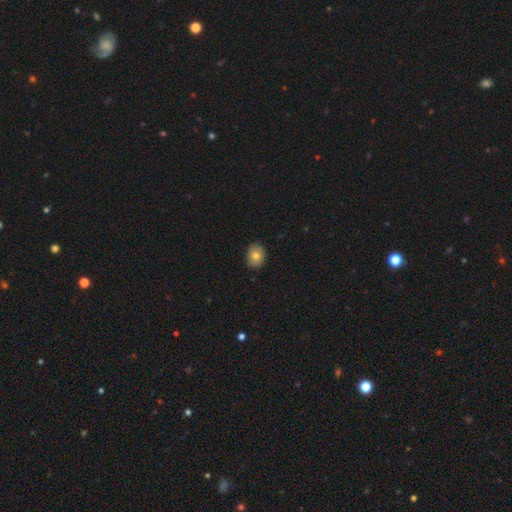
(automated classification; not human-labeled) Smooth or featured: smooth — 77% (featured or disk — 15%)
How rounded: in between — 56% (round — 43%)
Merging: none — 89% (minor disturbance — 9%)